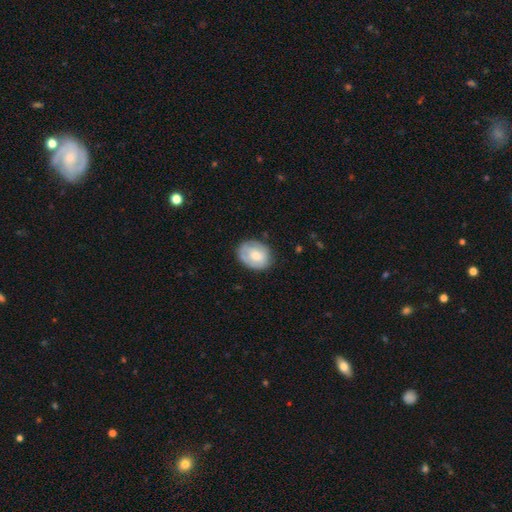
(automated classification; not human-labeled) Smooth or featured? Predicted: smooth (p=0.58). How rounded? Predicted: in between (p=0.55). Merging? Predicted: none (p=0.71).